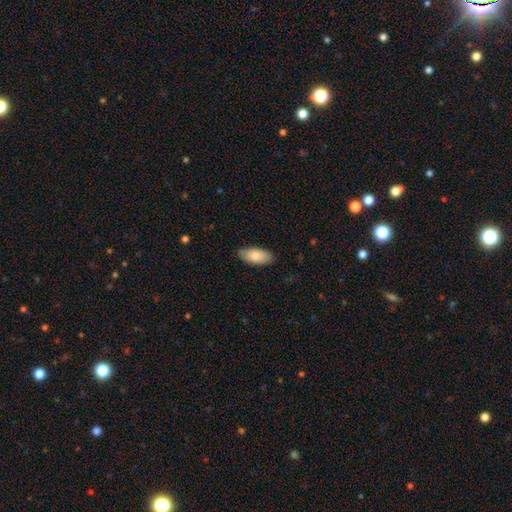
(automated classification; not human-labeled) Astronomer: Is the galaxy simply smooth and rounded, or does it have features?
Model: smooth — 83%.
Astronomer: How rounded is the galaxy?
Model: in between — 91%.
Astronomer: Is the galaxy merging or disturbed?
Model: none — 81%.